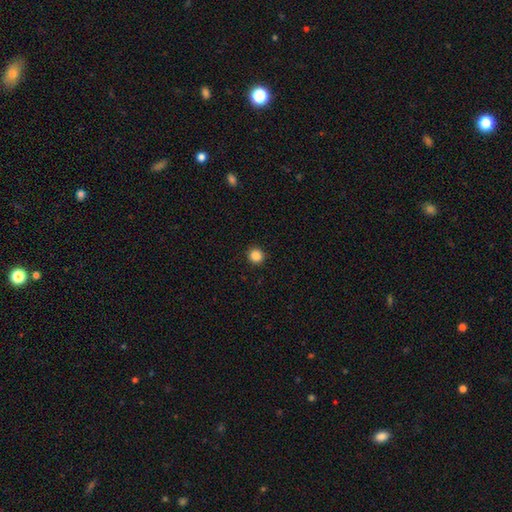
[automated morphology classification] A smooth galaxy with no disk features (86%) that is round (94%). Merging: none (93%).